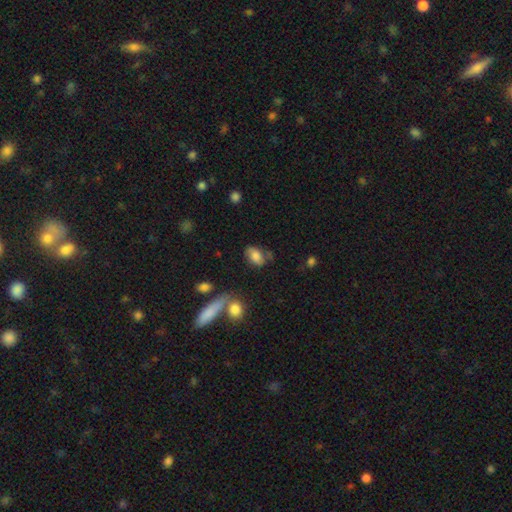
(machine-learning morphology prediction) This is likely a smooth galaxy (72%). How rounded: clearly in between (86%). Merging: possibly none (59%).